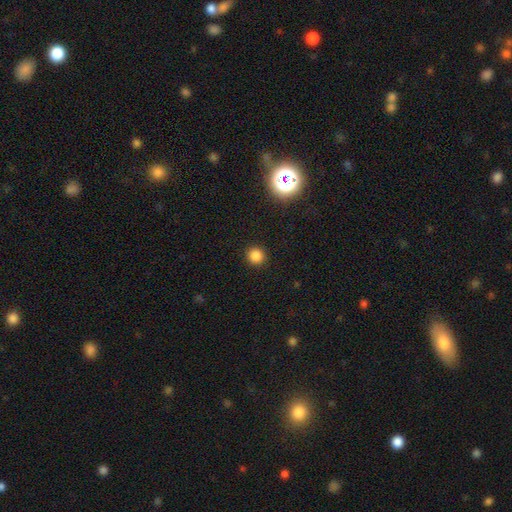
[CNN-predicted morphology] This appears to be a smooth galaxy with no disk features (84%) that is round (93%). Merging: none (92%).